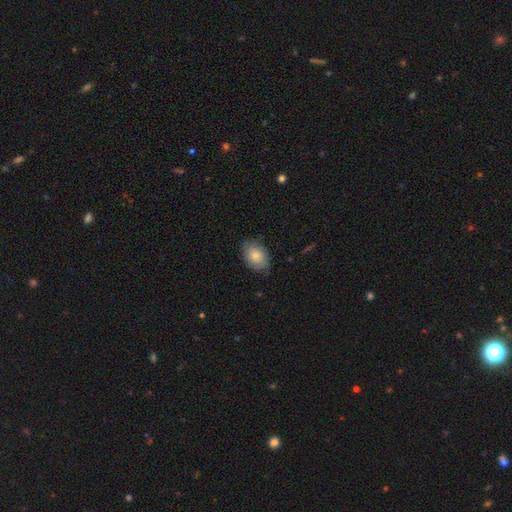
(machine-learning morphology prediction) The model was most divided on "merging": none: 75%, minor disturbance: 20%, major disturbance: 4%, merger: 1%. More confident: how rounded — in between (81%); smooth or featured — smooth (76%).